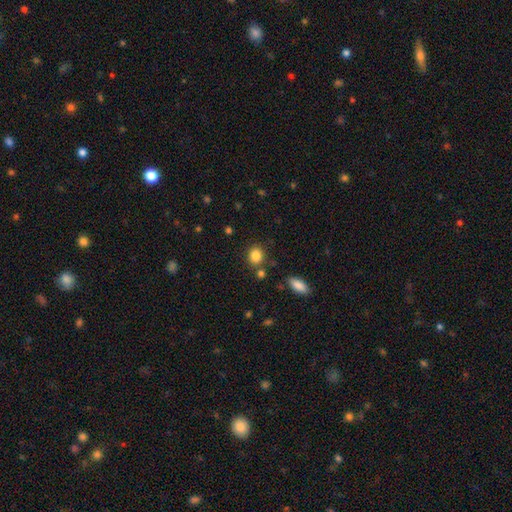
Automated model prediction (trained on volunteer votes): A smooth galaxy with no disk features (85%) that is round (68%). Merging: none (79%).